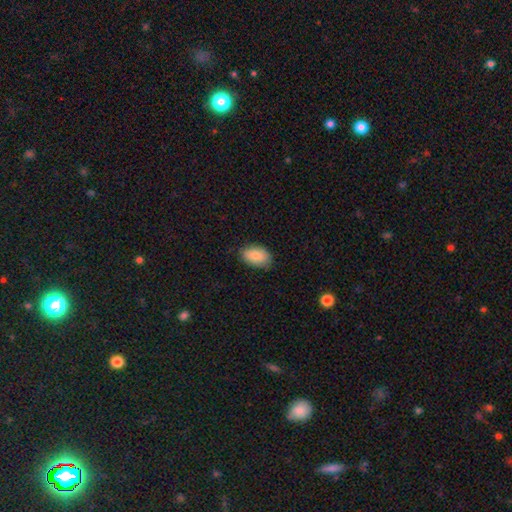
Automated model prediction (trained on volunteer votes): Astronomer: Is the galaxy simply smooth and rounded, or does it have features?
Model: smooth — 86%.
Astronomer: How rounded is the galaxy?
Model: in between — 91%.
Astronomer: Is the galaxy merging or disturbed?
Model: none — 80%.